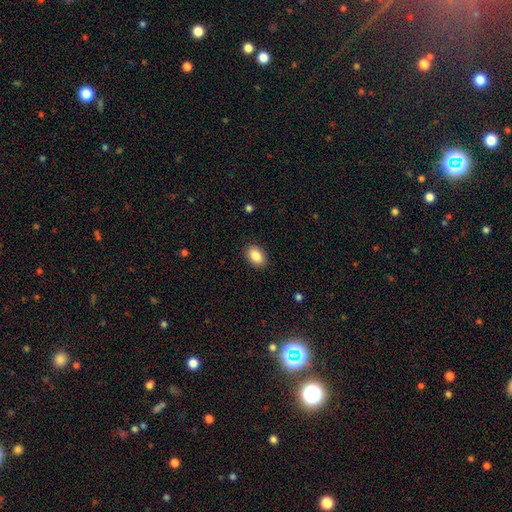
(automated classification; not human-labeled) This is clearly a smooth galaxy (87%). How rounded: clearly in between (85%). Merging: clearly none (89%).